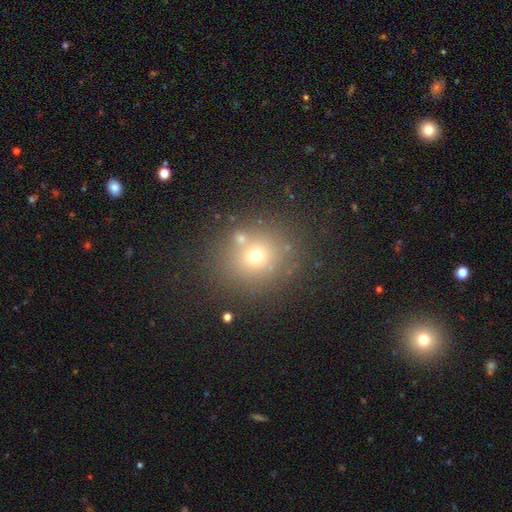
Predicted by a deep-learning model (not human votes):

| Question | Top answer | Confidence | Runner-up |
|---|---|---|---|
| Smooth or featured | smooth | 64% | star or artifact (23%) |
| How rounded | round | 80% | in between (19%) |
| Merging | none | 78% | minor disturbance (9%) |